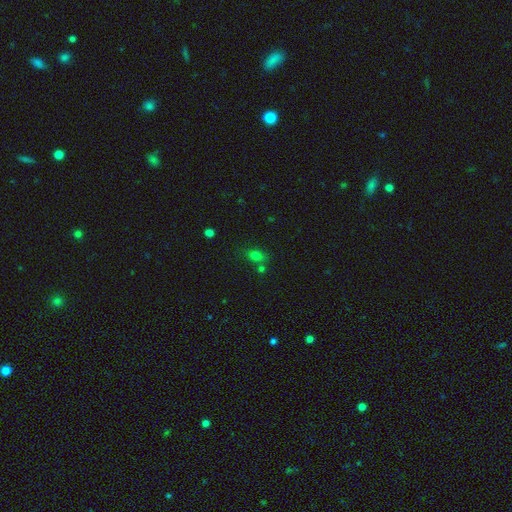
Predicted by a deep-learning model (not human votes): Morphology: type=smooth (71%); roundness=in between (68%); merging=none (63%).